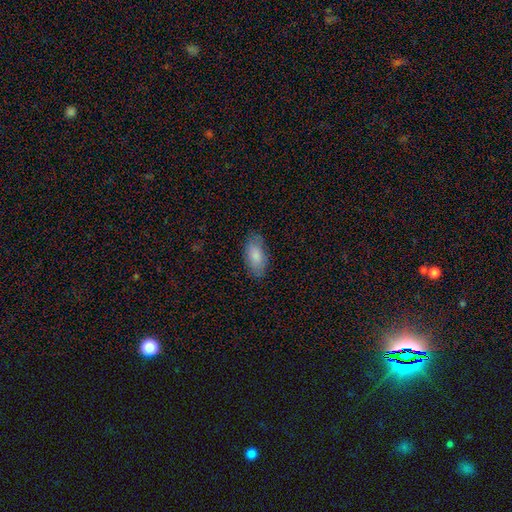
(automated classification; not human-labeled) Smooth or featured?
  - smooth: 83% *
  - featured or disk: 10%
  - star or artifact: 6%
How rounded?
  - in between: 91% *
  - cigar-shaped: 6%
  - round: 2%
Merging?
  - none: 80% *
  - minor disturbance: 15%
  - major disturbance: 3%
  - merger: 1%